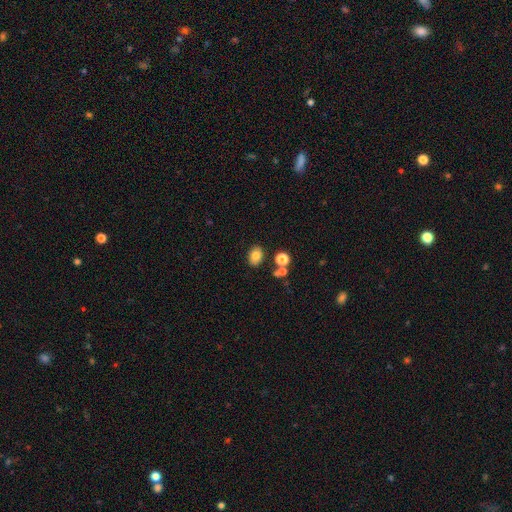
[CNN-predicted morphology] type=smooth (80%); roundness=in between (72%); merging=none (81%).